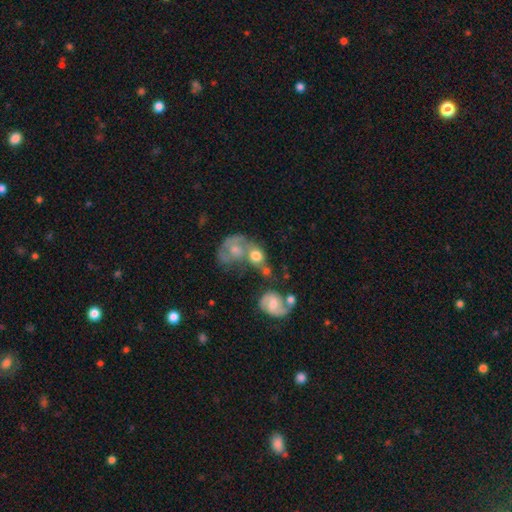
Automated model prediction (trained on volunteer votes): Smooth or featured? smooth (54%)
How rounded? round (58%)
Merging? merger (57%)